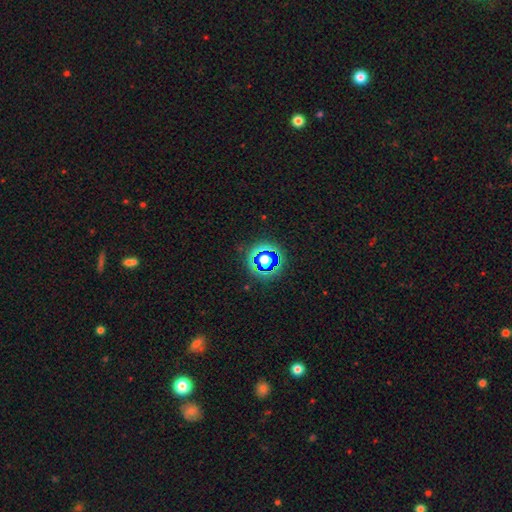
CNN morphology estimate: This appears to be a star or artifact, not a galaxy (60%).